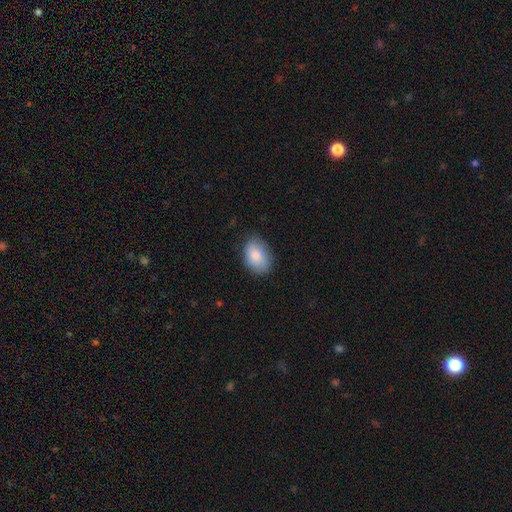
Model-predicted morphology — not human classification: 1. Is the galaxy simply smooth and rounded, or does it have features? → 84% smooth, 9% featured or disk, 7% star or artifact.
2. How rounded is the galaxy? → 82% in between, 16% round, 1% cigar-shaped.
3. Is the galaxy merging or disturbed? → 79% none, 17% minor disturbance, 3% major disturbance, 1% merger.